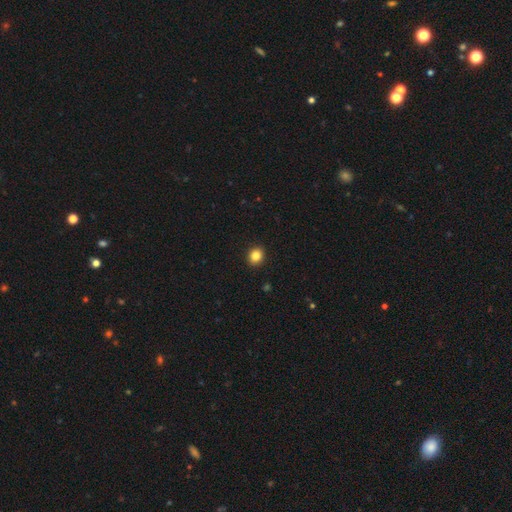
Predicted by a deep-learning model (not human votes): smooth_or_featured: smooth (p=0.85) [alt: star or artifact p=0.10]
how_rounded: round (p=0.72) [alt: in between p=0.27]
merging: none (p=0.92) [alt: minor disturbance p=0.05]